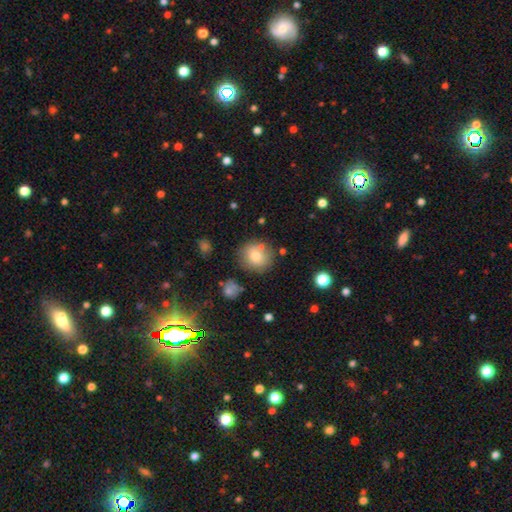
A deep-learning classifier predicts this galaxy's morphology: Smooth or featured? smooth (76%)
How rounded? round (86%)
Merging? none (75%)